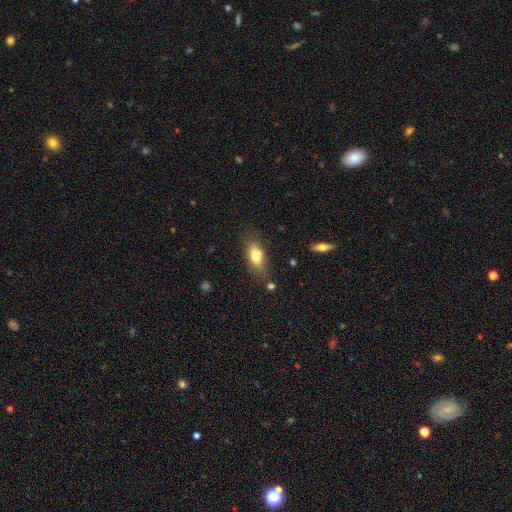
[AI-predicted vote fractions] Smooth or featured: smooth — 78% (featured or disk — 15%)
How rounded: in between — 80% (cigar-shaped — 15%)
Merging: none — 75% (minor disturbance — 17%)